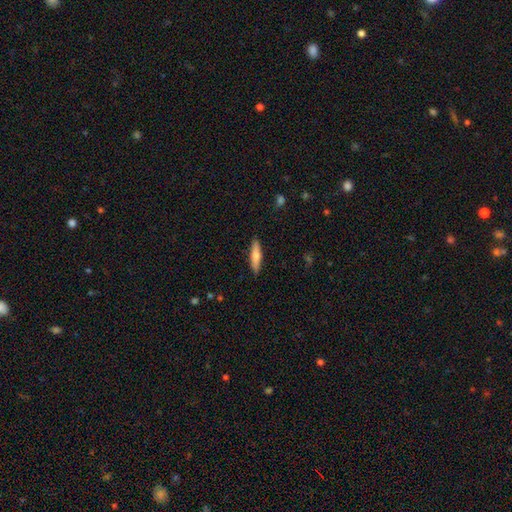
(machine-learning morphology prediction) type=smooth (68%); roundness=cigar-shaped (78%); merging=none (88%).